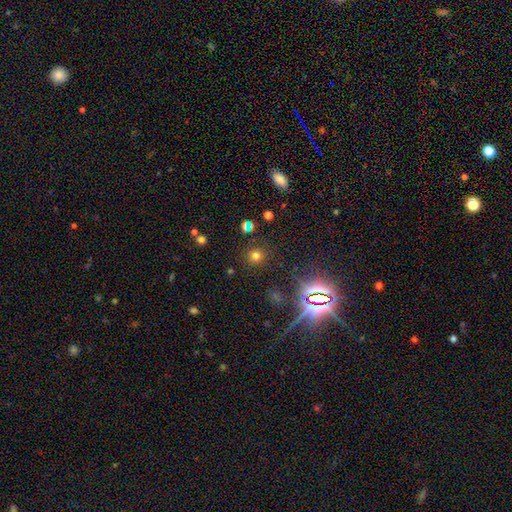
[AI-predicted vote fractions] This appears to be a smooth galaxy with no disk features (69%) that is round (91%). Merging: none (87%).